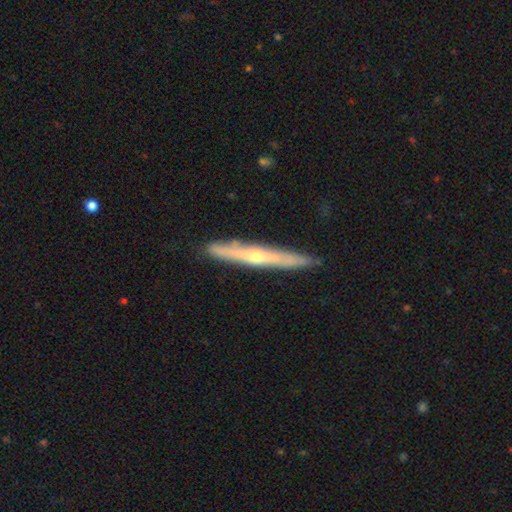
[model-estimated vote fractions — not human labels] featured or disk 66%, smooth 28%, star or artifact 6%. Down the decision tree: edge-on disk — yes (95%); edge-on bulge — rounded (74%); merging — none (88%).